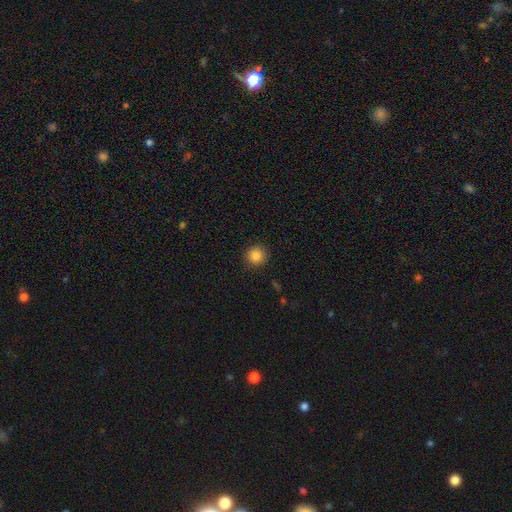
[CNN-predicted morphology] smooth-or-featured: smooth: 86% | star or artifact: 10% | featured or disk: 4%
  how-rounded: round: 92% | in between: 7% | cigar-shaped: 1%
  merging: none: 90% | minor disturbance: 7% | major disturbance: 2% | merger: 1%